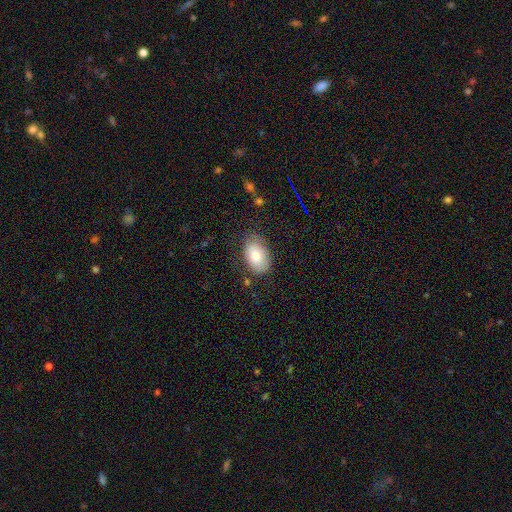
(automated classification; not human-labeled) Morphology: type=smooth (79%); roundness=in between (91%); merging=none (75%).